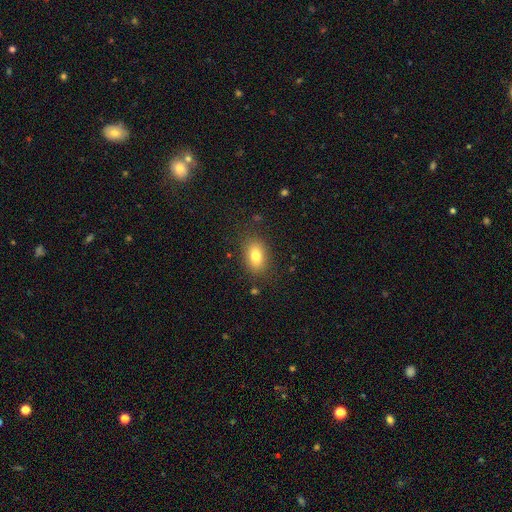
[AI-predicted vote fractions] Smooth or featured? smooth (79%)
How rounded? in between (84%)
Merging? none (83%)